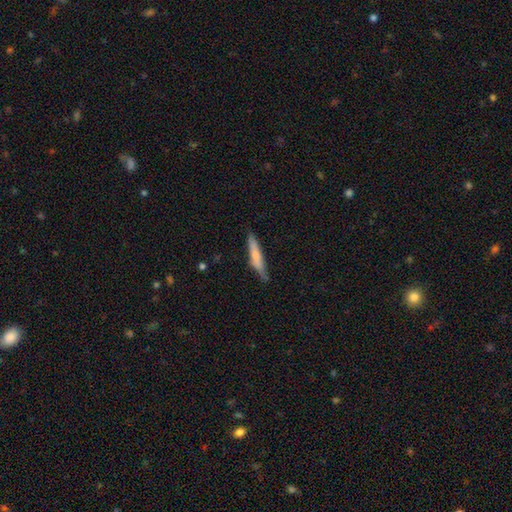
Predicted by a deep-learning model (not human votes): Smooth or featured?
  - smooth: 66% *
  - featured or disk: 28%
  - star or artifact: 6%
How rounded?
  - cigar-shaped: 90% *
  - in between: 9%
  - round: 1%
Merging?
  - none: 74% *
  - minor disturbance: 20%
  - major disturbance: 3%
  - merger: 2%